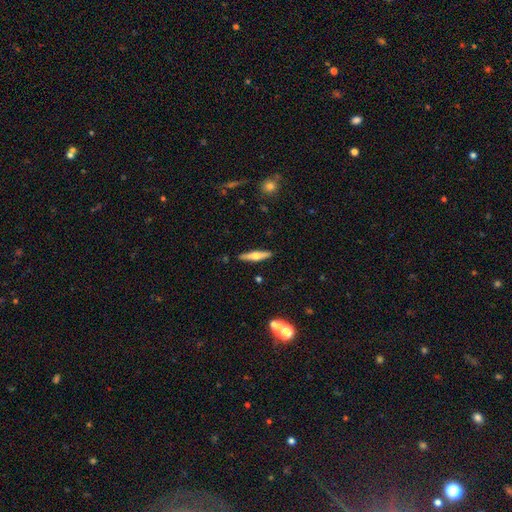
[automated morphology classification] Q: Smooth or featured?
A: featured or disk (56%); runner-up: smooth (38%)
Q: Edge-on disk?
A: yes (95%); runner-up: no (5%)
Q: Edge-on bulge?
A: rounded (92%); runner-up: none (4%)
Q: Merging?
A: none (90%); runner-up: minor disturbance (7%)